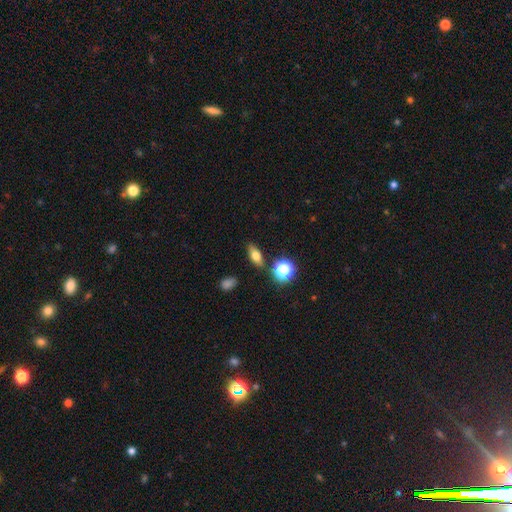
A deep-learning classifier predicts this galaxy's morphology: smooth_or_featured: smooth (p=0.66) [alt: featured or disk p=0.19]
how_rounded: in between (p=0.69) [alt: cigar-shaped p=0.17]
merging: none (p=0.84) [alt: minor disturbance p=0.10]